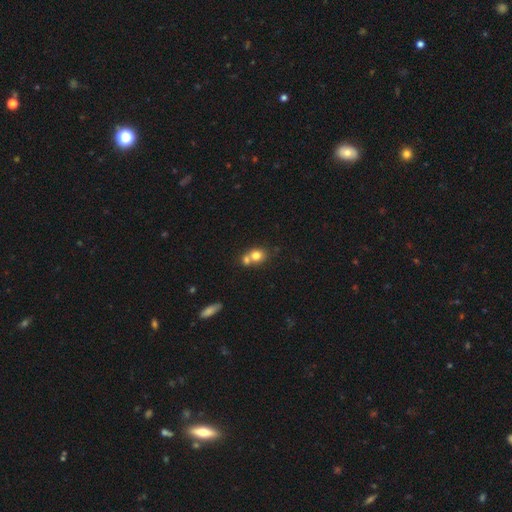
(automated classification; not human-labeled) The model was most divided on "merging": merger: 53%, none: 37%, minor disturbance: 7%, major disturbance: 3%. More confident: smooth or featured — smooth (76%); how rounded — round (71%).